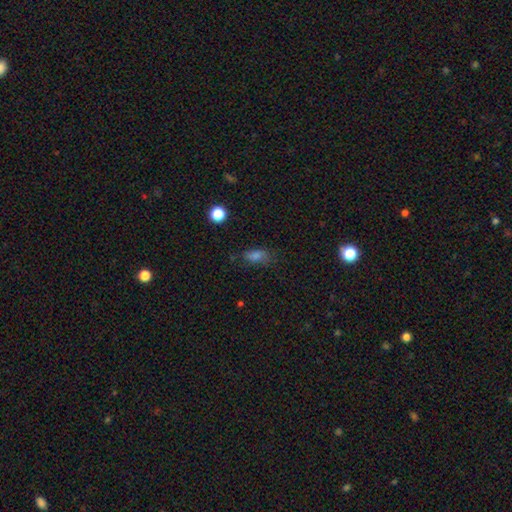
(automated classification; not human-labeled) smooth_or_featured: smooth (p=0.76) [alt: star or artifact p=0.15]
how_rounded: in between (p=0.79) [alt: cigar-shaped p=0.12]
merging: none (p=0.65) [alt: minor disturbance p=0.24]